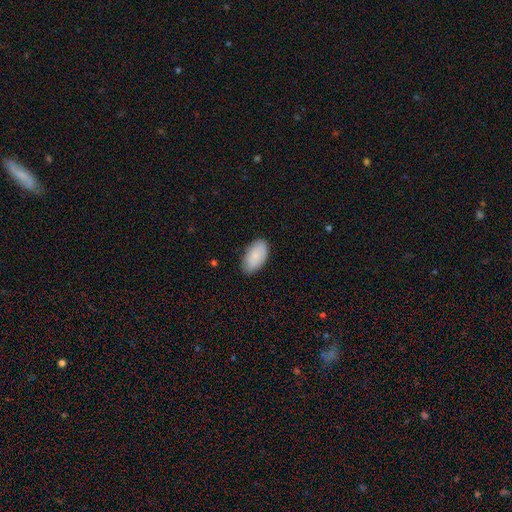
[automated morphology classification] type=smooth (85%); roundness=in between (95%); merging=none (82%).